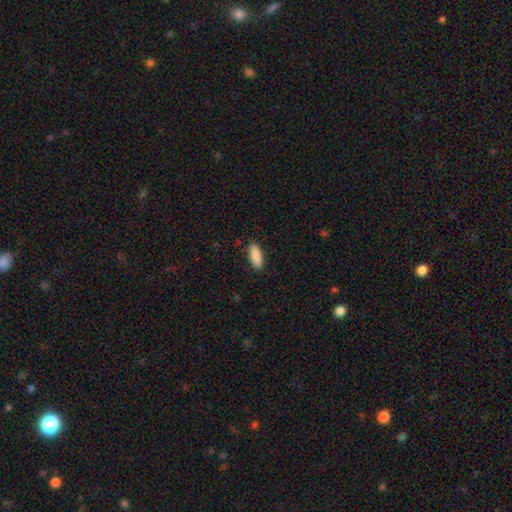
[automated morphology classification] Smooth or featured? Predicted: smooth (p=0.90). How rounded? Predicted: in between (p=0.63). Merging? Predicted: none (p=0.90).